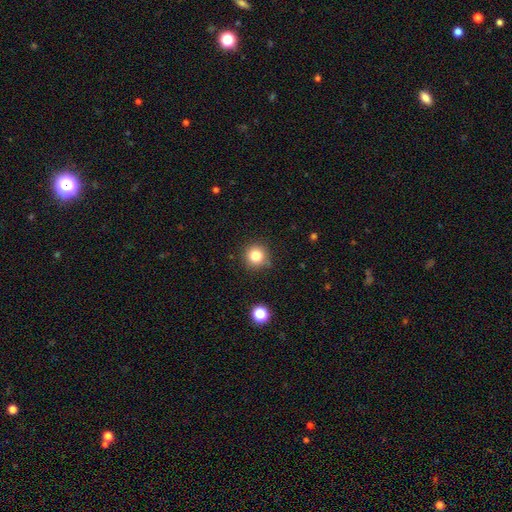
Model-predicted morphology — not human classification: This is clearly a smooth galaxy (83%). How rounded: clearly round (94%). Merging: clearly none (85%).